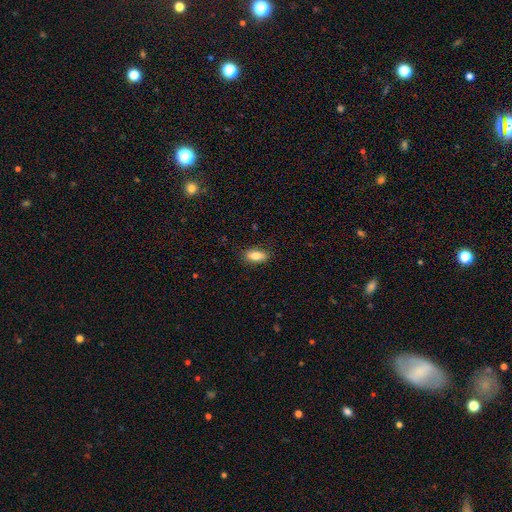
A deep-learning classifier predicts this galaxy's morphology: Smooth or featured: smooth — 80% (featured or disk — 12%)
How rounded: in between — 87% (cigar-shaped — 9%)
Merging: none — 86% (minor disturbance — 11%)